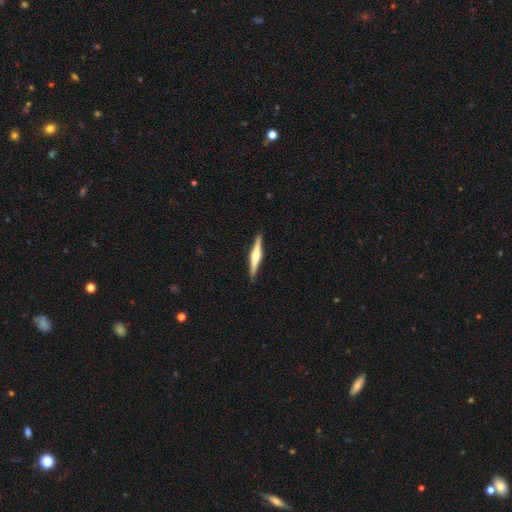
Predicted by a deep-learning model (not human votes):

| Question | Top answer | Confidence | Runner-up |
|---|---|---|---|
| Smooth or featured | featured or disk | 73% | smooth (22%) |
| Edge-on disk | yes | 98% | no (2%) |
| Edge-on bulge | rounded | 85% | boxy (10%) |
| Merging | none | 91% | minor disturbance (6%) |